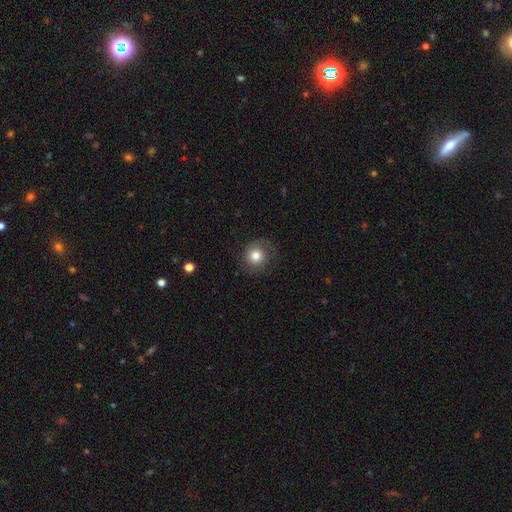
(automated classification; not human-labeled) The model was most divided on "merging": none: 75%, minor disturbance: 15%, major disturbance: 9%, merger: 1%. More confident: how rounded — round (90%); smooth or featured — smooth (77%).